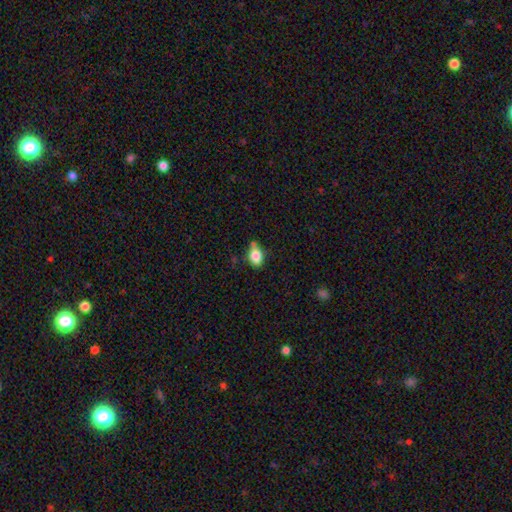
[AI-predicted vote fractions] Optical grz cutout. It shows a smooth galaxy with no disk features (80%) that is in between round and cigar-shaped (80%). Merging: none (57%).